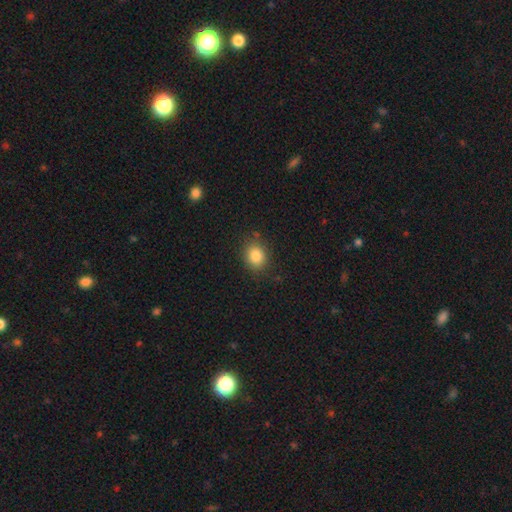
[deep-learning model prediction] Smooth or featured? Predicted: smooth (p=0.84). How rounded? Predicted: round (p=0.56). Merging? Predicted: none (p=0.83).